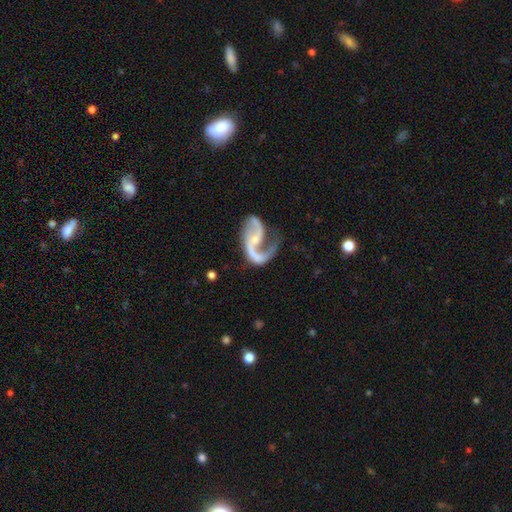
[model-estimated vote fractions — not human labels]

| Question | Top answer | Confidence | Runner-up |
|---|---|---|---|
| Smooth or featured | featured or disk | 89% | smooth (6%) |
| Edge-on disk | no | 98% | yes (2%) |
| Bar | no | 46% | weak (37%) |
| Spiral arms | yes | 95% | no (5%) |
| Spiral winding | loose | 68% | medium (26%) |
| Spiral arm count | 2 | 79% | 1 (17%) |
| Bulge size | small | 64% | moderate (23%) |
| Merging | none | 46% | major disturbance (29%) |